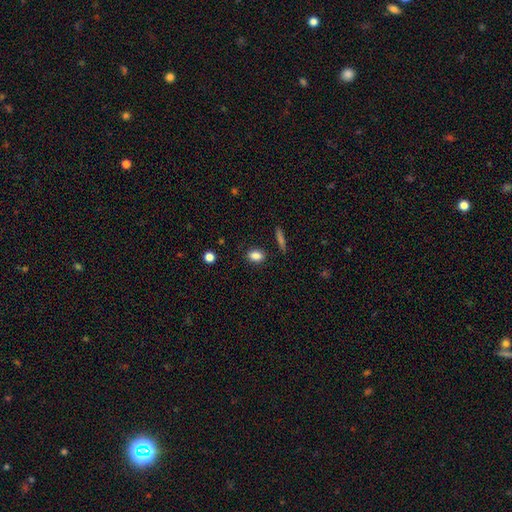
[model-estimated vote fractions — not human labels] Smooth or featured? Predicted: smooth (p=0.85). How rounded? Predicted: in between (p=0.73). Merging? Predicted: none (p=0.86).